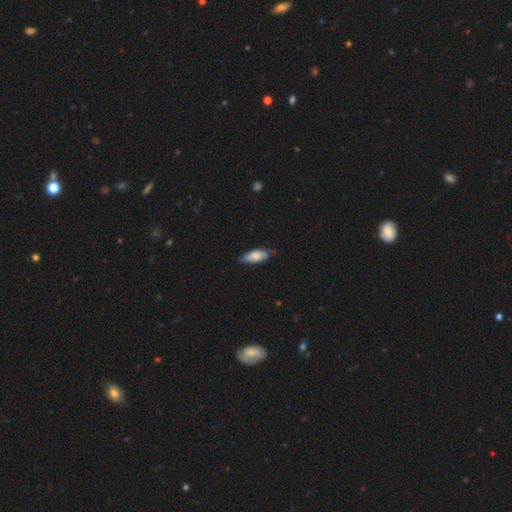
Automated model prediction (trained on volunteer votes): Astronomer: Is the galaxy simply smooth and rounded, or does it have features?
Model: smooth — 79%.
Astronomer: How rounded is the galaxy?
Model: in between — 82%.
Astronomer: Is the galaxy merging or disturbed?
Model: none — 71%.